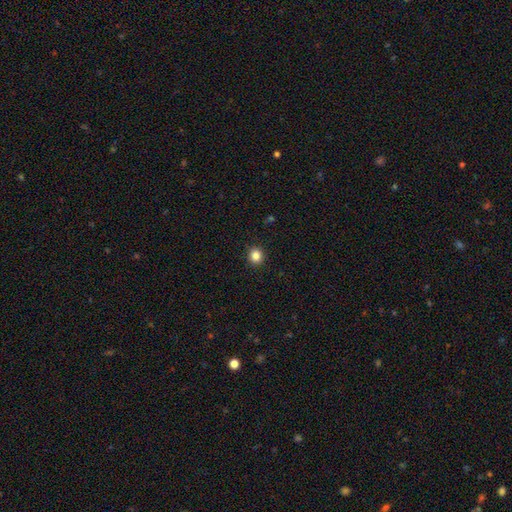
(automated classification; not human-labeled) Smooth or featured? smooth (84%)
How rounded? round (87%)
Merging? none (92%)